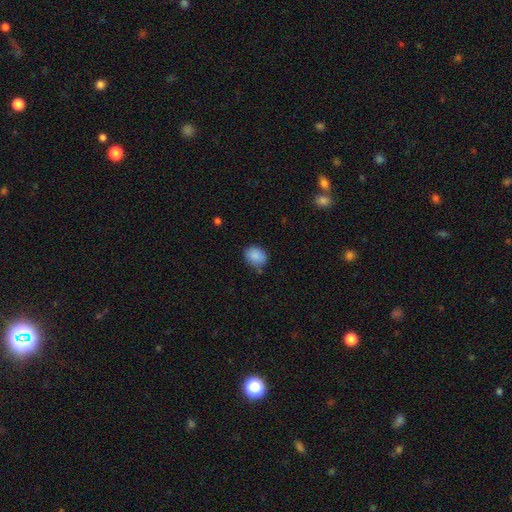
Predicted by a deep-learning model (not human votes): smooth-or-featured: smooth: 88% | star or artifact: 8% | featured or disk: 4%
  how-rounded: in between: 50% | round: 49% | cigar-shaped: 1%
  merging: none: 70% | minor disturbance: 22% | major disturbance: 4% | merger: 4%